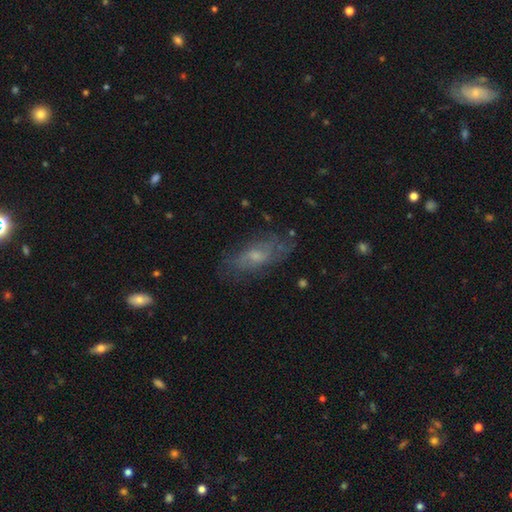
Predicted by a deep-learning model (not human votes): smooth_or_featured: featured or disk (p=0.53) [alt: smooth p=0.36]
disk_edge_on: no (p=0.84) [alt: yes p=0.16]
merging: none (p=0.70) [alt: minor disturbance p=0.19]